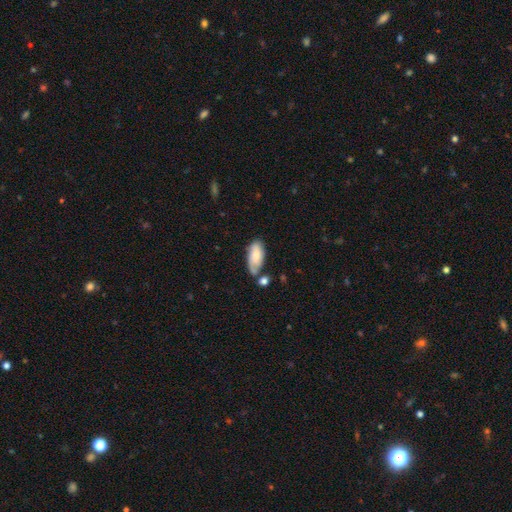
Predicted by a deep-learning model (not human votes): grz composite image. It shows a smooth galaxy with no disk features (73%) that is in between round and cigar-shaped (89%). Merging: none (50%).